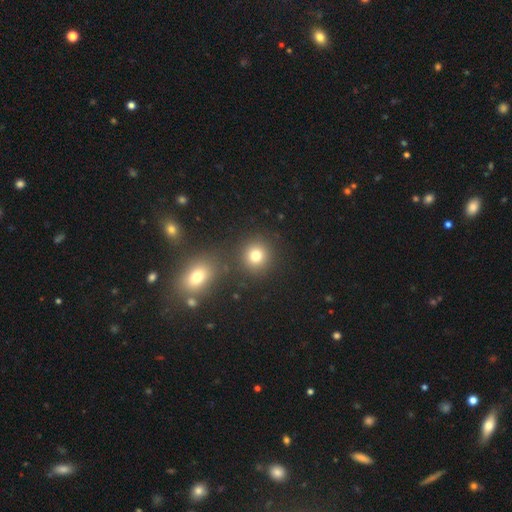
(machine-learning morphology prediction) smooth-or-featured: smooth: 78% | star or artifact: 14% | featured or disk: 8%
  how-rounded: round: 89% | in between: 10% | cigar-shaped: 1%
  merging: none: 83% | merger: 8% | minor disturbance: 7% | major disturbance: 3%